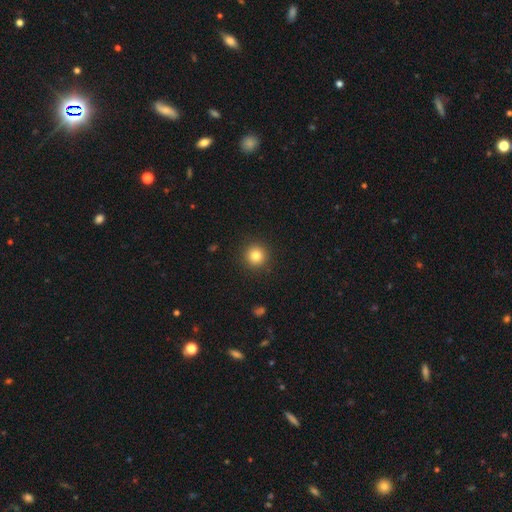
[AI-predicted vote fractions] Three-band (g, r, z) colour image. It shows a smooth galaxy with no disk features (83%) that is round (95%). Merging: none (92%).